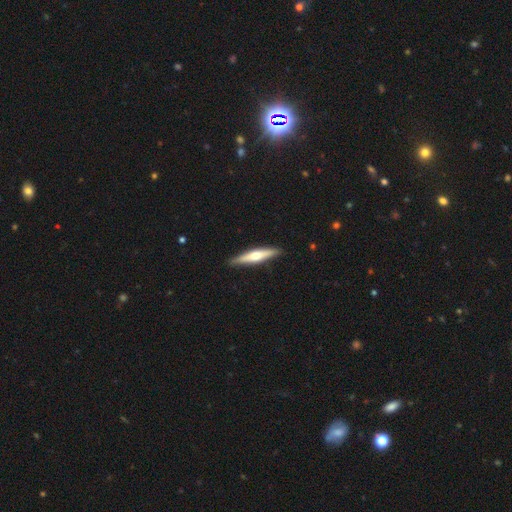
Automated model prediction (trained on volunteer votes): smooth-or-featured: featured or disk: 59% | smooth: 36% | star or artifact: 5%
  disk-edge-on: yes: 96% | no: 4%
    edge-on-bulge: rounded: 91% | none: 5% | boxy: 4%
  merging: none: 90% | minor disturbance: 7% | major disturbance: 1% | merger: 1%